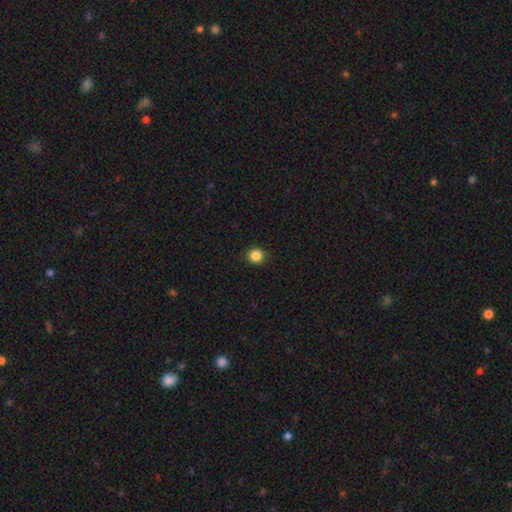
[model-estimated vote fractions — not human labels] Q: Smooth or featured?
A: smooth (85%); runner-up: star or artifact (11%)
Q: How rounded?
A: round (89%); runner-up: in between (11%)
Q: Merging?
A: none (90%); runner-up: minor disturbance (8%)